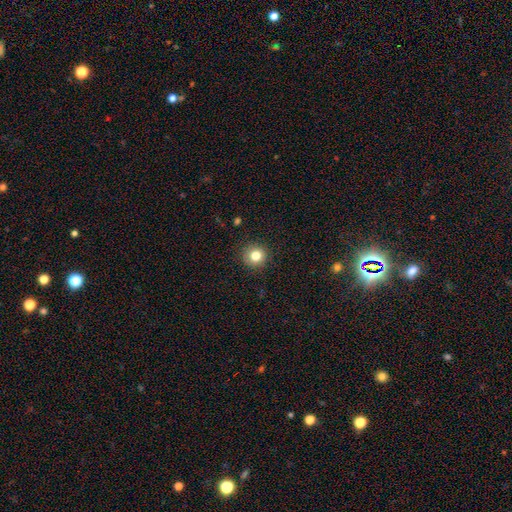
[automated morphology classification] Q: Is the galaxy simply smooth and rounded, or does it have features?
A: smooth — 82%.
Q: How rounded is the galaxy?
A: round — 93%.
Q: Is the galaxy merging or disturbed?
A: none — 90%.